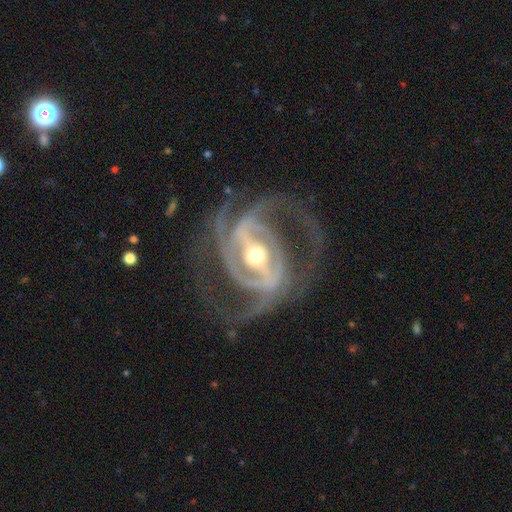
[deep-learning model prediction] Smooth or featured: featured or disk — 92% (star or artifact — 4%)
Edge-on disk: no — 97% (yes — 3%)
Bar: strong — 64% (weak — 23%)
Spiral arms: yes — 96% (no — 4%)
Spiral winding: medium — 50% (tight — 35%)
Spiral arm count: 3 — 37% (2 — 32%)
Bulge size: moderate — 66% (small — 24%)
Merging: none — 61% (major disturbance — 22%)